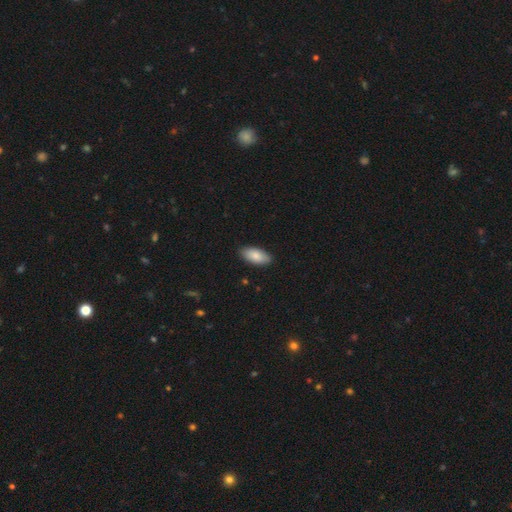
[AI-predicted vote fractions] Smooth or featured: smooth — 85% (featured or disk — 9%)
How rounded: in between — 91% (cigar-shaped — 7%)
Merging: none — 86% (minor disturbance — 11%)